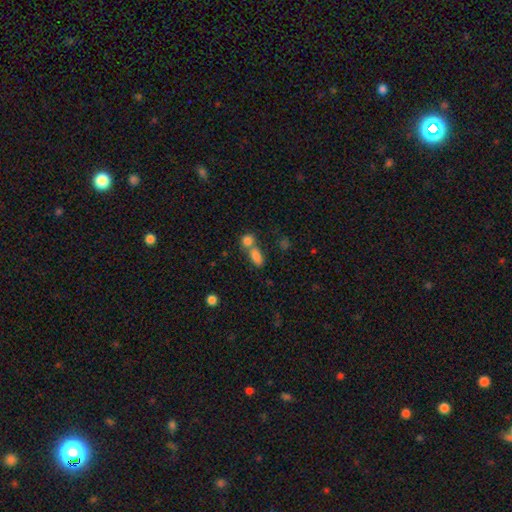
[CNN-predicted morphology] A smooth galaxy with no disk features (82%) that is in between round and cigar-shaped (83%). Merging: merger (50%).